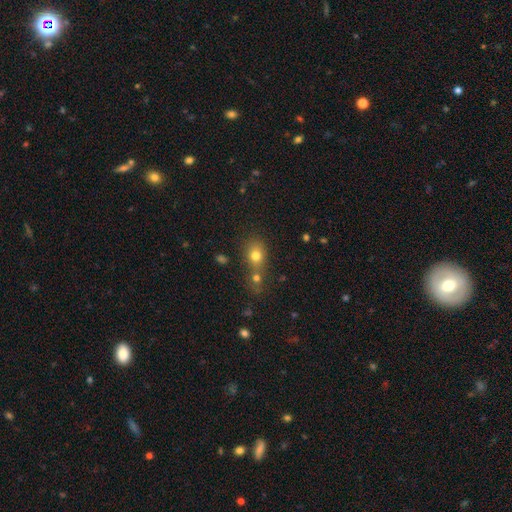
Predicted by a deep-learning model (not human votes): Smooth or featured: smooth — 75% (star or artifact — 14%)
How rounded: round — 57% (in between — 41%)
Merging: merger — 44% (none — 42%)